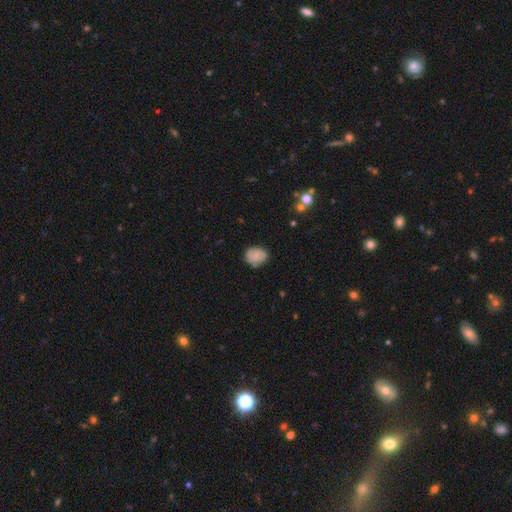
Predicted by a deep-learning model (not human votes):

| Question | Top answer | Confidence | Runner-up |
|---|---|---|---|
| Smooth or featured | smooth | 69% | featured or disk (21%) |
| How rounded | in between | 50% | round (49%) |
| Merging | none | 69% | minor disturbance (23%) |